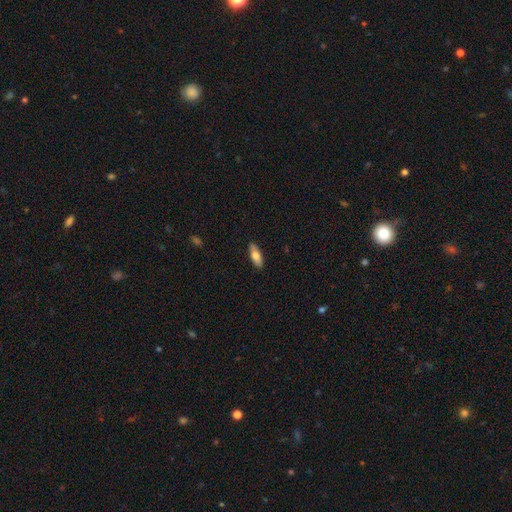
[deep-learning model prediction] Smooth or featured?
  - smooth: 73% *
  - featured or disk: 21%
  - star or artifact: 6%
How rounded?
  - in between: 65% *
  - cigar-shaped: 33%
  - round: 2%
Merging?
  - none: 89% *
  - minor disturbance: 9%
  - major disturbance: 2%
  - merger: 1%